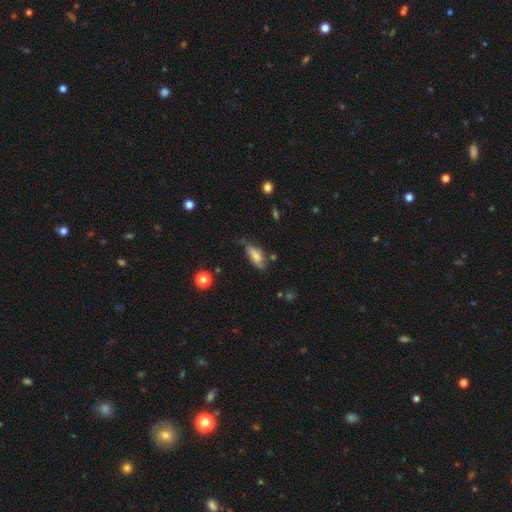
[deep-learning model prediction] Q: Smooth or featured?
A: smooth (67%); runner-up: featured or disk (25%)
Q: How rounded?
A: in between (79%); runner-up: cigar-shaped (17%)
Q: Merging?
A: none (49%); runner-up: minor disturbance (35%)